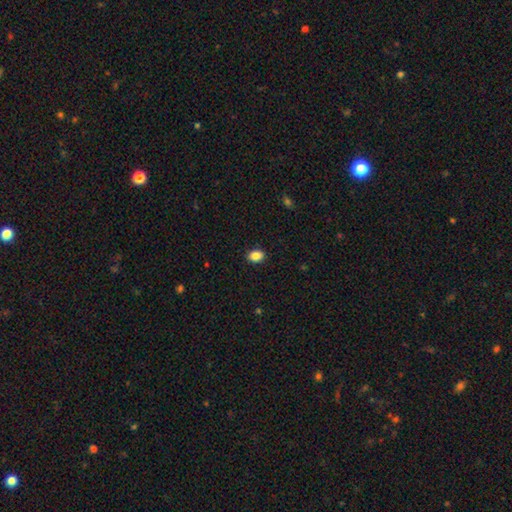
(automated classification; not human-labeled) Overall: smooth (87%). How rounded: in between (73%). Merging: none (90%).